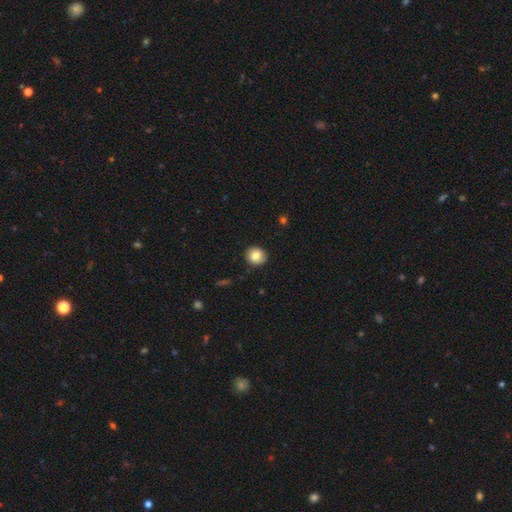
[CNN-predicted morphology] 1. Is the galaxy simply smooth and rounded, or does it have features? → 83% smooth, 9% featured or disk, 9% star or artifact.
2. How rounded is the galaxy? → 83% round, 16% in between, 1% cigar-shaped.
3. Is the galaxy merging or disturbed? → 90% none, 8% minor disturbance, 2% major disturbance, 1% merger.